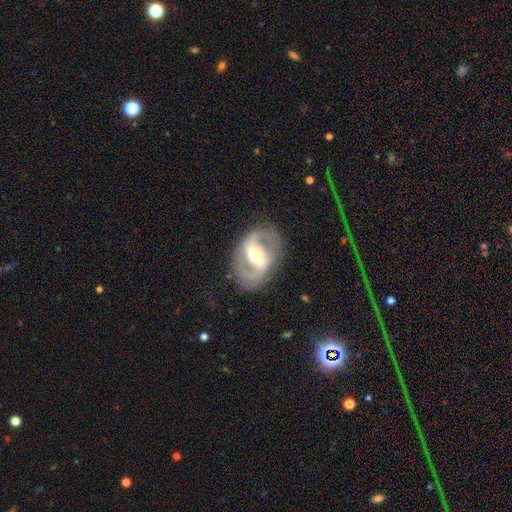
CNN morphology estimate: The model was most divided on "bar": strong: 47%, weak: 37%, no: 16%. More confident: edge-on disk — no (96%); spiral arm count — 2 (87%); smooth or featured — featured or disk (82%); merging — none (80%); spiral arms — yes (78%); bulge size — moderate (67%); spiral winding — medium (52%).